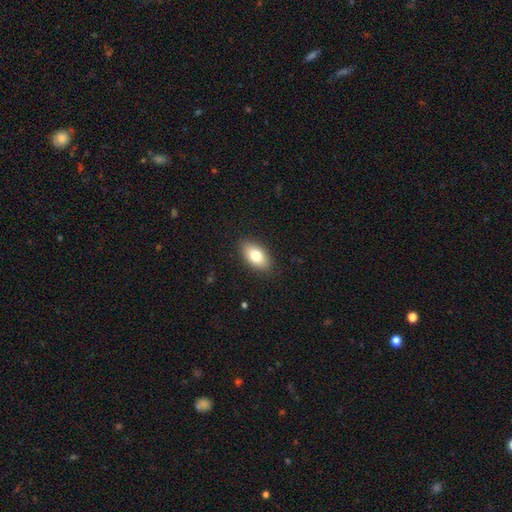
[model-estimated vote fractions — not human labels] smooth_or_featured: smooth (p=0.78) [alt: featured or disk p=0.14]
how_rounded: in between (p=0.92) [alt: round p=0.05]
merging: none (p=0.88) [alt: minor disturbance p=0.09]